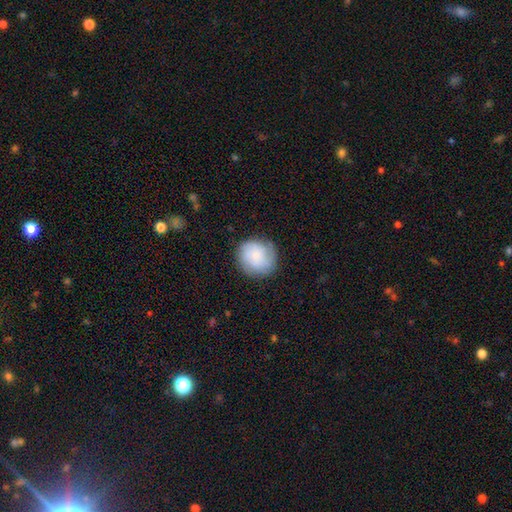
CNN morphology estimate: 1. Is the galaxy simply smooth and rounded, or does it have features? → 62% smooth, 30% featured or disk, 8% star or artifact.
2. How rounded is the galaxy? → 87% round, 12% in between, 1% cigar-shaped.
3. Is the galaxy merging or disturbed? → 78% none, 16% minor disturbance, 5% major disturbance, 1% merger.